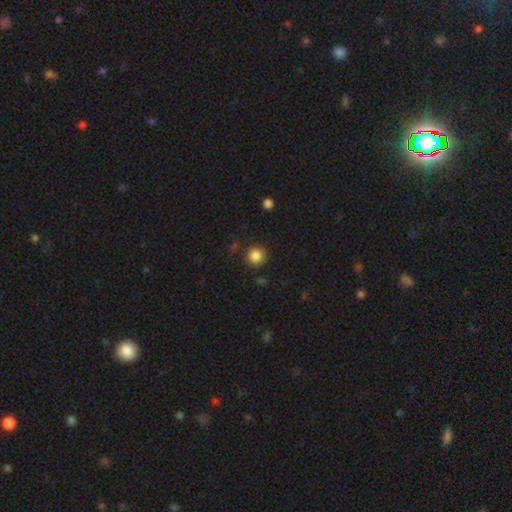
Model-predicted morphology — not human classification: Smooth or featured?
  - smooth: 85% *
  - star or artifact: 11%
  - featured or disk: 4%
How rounded?
  - round: 91% *
  - in between: 9%
  - cigar-shaped: 1%
Merging?
  - none: 84% *
  - minor disturbance: 10%
  - major disturbance: 3%
  - merger: 2%